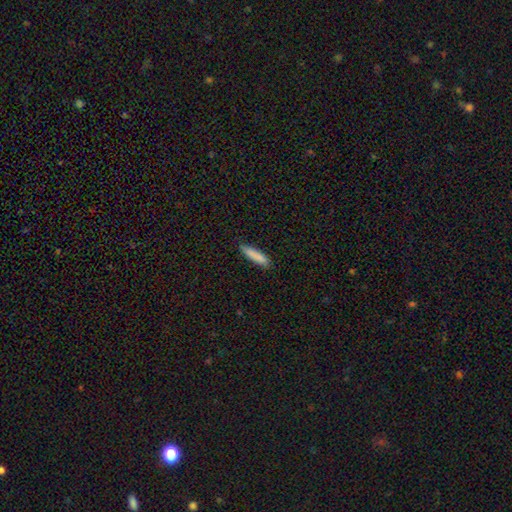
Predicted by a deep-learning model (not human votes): This is clearly a smooth galaxy (85%). How rounded: clearly cigar-shaped (82%). Merging: clearly none (83%).